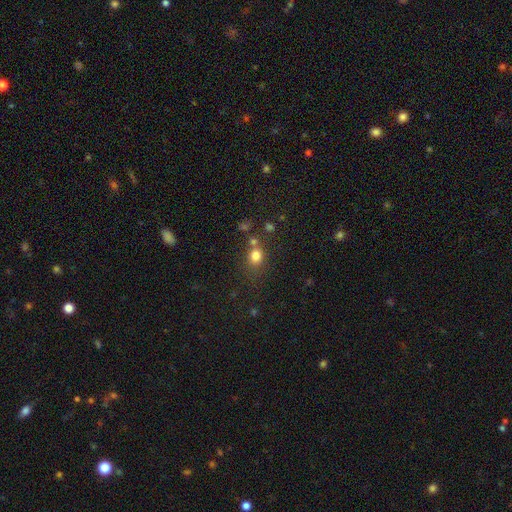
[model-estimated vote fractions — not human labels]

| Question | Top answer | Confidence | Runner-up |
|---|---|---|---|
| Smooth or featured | smooth | 78% | star or artifact (15%) |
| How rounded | round | 68% | in between (31%) |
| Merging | none | 61% | merger (20%) |